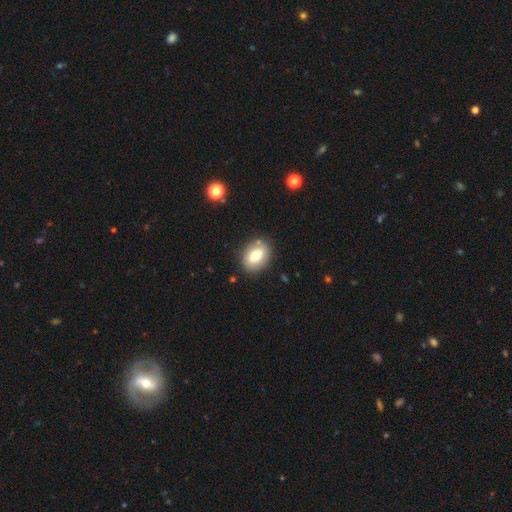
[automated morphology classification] The model was most divided on "how rounded": in between: 70%, round: 28%, cigar-shaped: 2%. More confident: merging — none (84%); smooth or featured — smooth (70%).